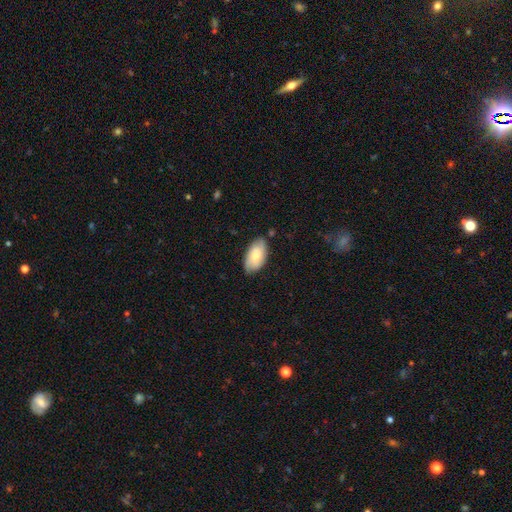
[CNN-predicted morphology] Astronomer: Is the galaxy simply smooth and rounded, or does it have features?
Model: smooth — 62%.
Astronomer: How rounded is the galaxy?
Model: in between — 94%.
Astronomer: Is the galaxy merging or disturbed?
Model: none — 76%.